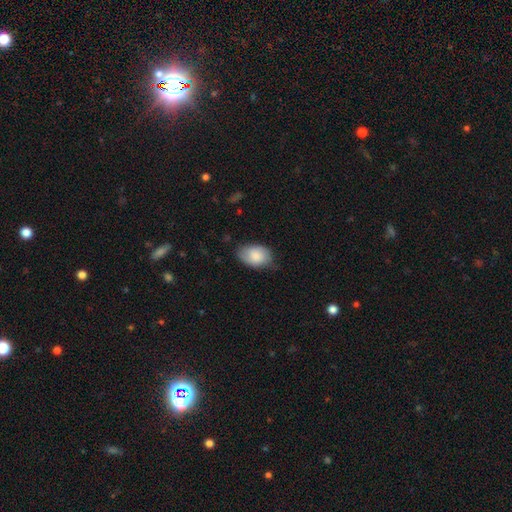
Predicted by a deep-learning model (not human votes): smooth 82%, featured or disk 12%, star or artifact 6%. Down the decision tree: how rounded — in between (88%); merging — none (66%).